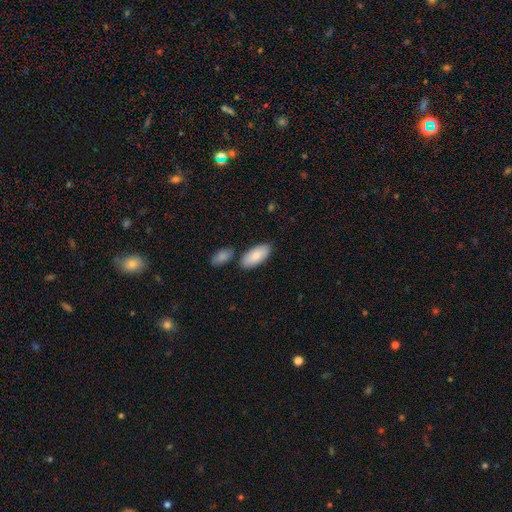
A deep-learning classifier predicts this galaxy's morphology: Smooth or featured?
  - smooth: 85% *
  - featured or disk: 10%
  - star or artifact: 5%
How rounded?
  - in between: 91% *
  - cigar-shaped: 7%
  - round: 2%
Merging?
  - none: 77% *
  - minor disturbance: 12%
  - merger: 9%
  - major disturbance: 3%